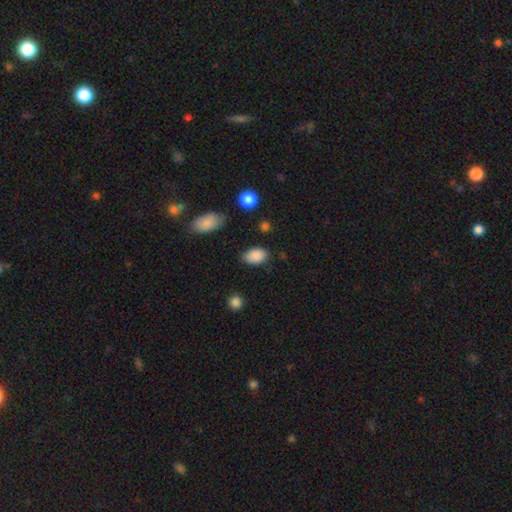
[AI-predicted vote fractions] A smooth galaxy with no disk features (88%) that is in between round and cigar-shaped (89%).

Vote fractions:
- Smooth or featured? smooth: 88% / star or artifact: 8% / featured or disk: 4%
- How rounded? in between: 89% / round: 9% / cigar-shaped: 1%
- Merging? none: 80% / minor disturbance: 14% / major disturbance: 3% / merger: 2%